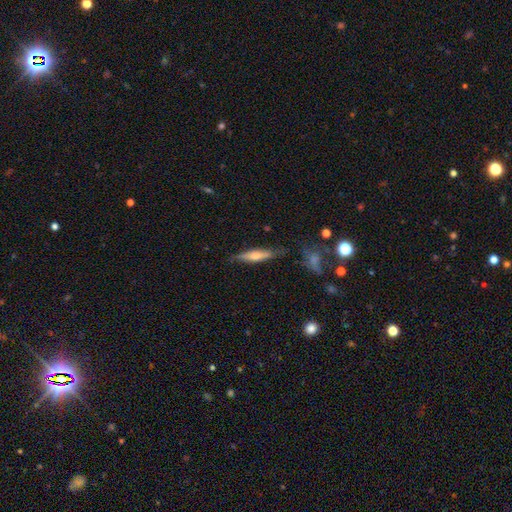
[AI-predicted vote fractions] Q: Smooth or featured?
A: smooth (55%); runner-up: featured or disk (38%)
Q: How rounded?
A: cigar-shaped (81%); runner-up: in between (17%)
Q: Merging?
A: none (75%); runner-up: minor disturbance (18%)